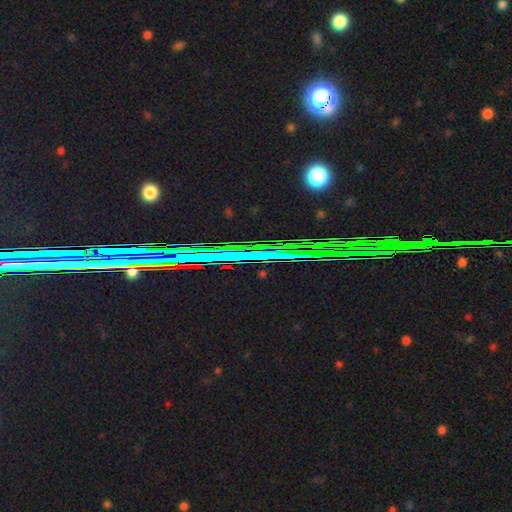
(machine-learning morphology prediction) Smooth or featured: star or artifact — 80% (featured or disk — 12%)